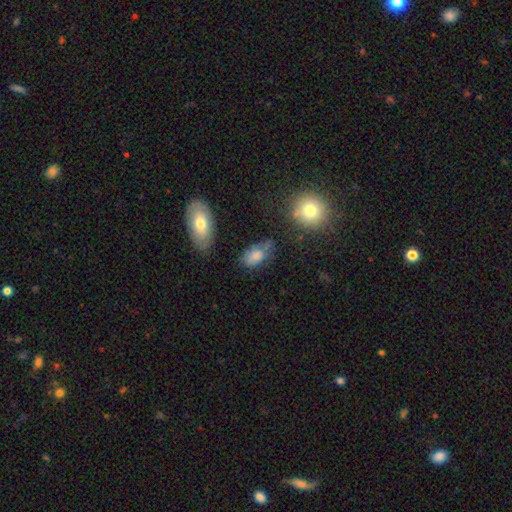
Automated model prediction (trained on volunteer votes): smooth 75%, featured or disk 15%, star or artifact 10%. Down the decision tree: how rounded — in between (90%); merging — none (45%).